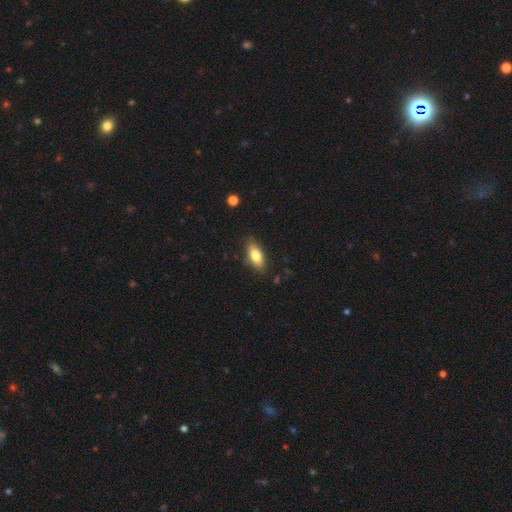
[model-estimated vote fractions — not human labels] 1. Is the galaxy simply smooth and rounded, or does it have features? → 78% smooth, 15% featured or disk, 7% star or artifact.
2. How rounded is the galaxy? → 81% in between, 16% cigar-shaped, 3% round.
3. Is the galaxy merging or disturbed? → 83% none, 14% minor disturbance, 3% major disturbance, 1% merger.